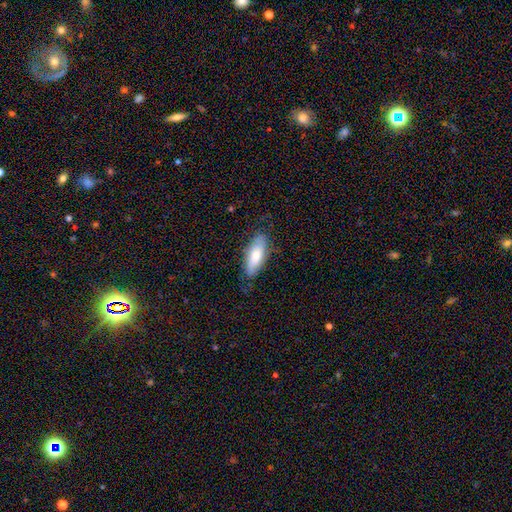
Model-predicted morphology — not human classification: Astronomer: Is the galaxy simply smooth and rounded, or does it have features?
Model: smooth — 71%.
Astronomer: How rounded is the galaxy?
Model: in between — 72%.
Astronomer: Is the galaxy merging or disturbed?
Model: none — 76%.